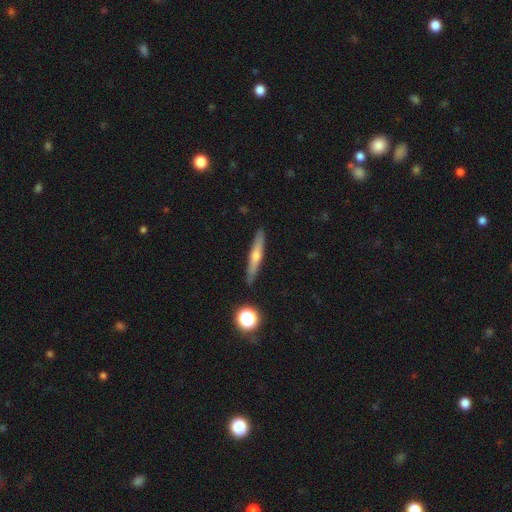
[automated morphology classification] Q: Smooth or featured?
A: featured or disk (51%); runner-up: smooth (41%)
Q: Edge-on disk?
A: yes (94%); runner-up: no (6%)
Q: Merging?
A: none (89%); runner-up: minor disturbance (8%)